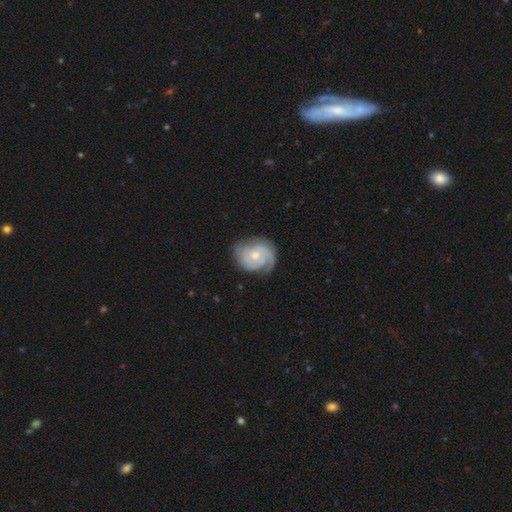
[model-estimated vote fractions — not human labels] smooth-or-featured: featured or disk: 76% | smooth: 19% | star or artifact: 6%
  disk-edge-on: no: 98% | yes: 2%
    bar: no: 74% | weak: 23% | strong: 4%
    has-spiral-arms: yes: 94% | no: 6%
      spiral-winding: tight: 58% | medium: 32% | loose: 10%
      spiral-arm-count: 2: 41% | can't tell: 24% | 3: 20% | 1: 8% | 4: 4% | more than 4: 4%
    bulge-size: small: 54% | moderate: 41% | large: 2% | none: 2% | dominant: 1%
  merging: none: 70% | minor disturbance: 21% | major disturbance: 8% | merger: 1%